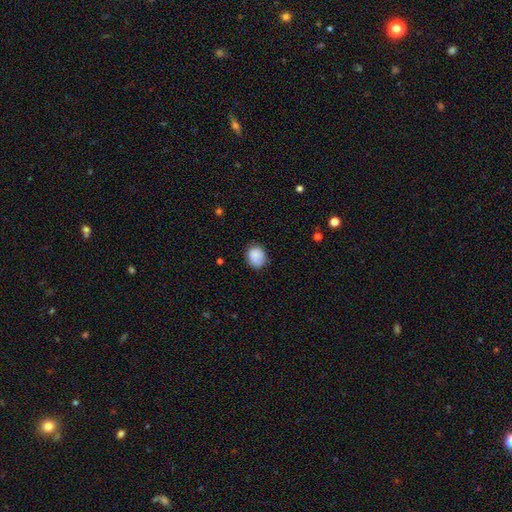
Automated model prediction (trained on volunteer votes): Smooth or featured? Predicted: smooth (p=0.86). How rounded? Predicted: round (p=0.58). Merging? Predicted: none (p=0.77).